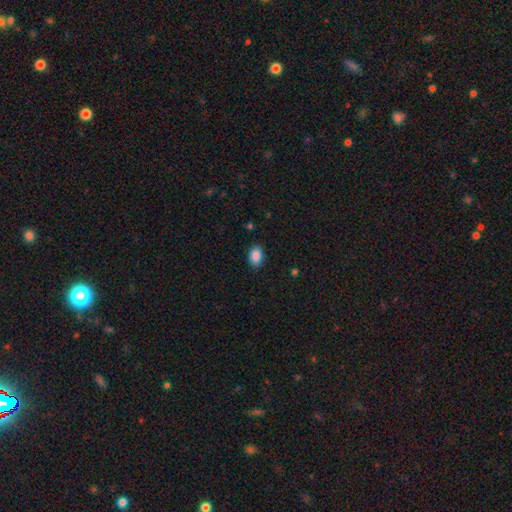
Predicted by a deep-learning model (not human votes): This is clearly a smooth galaxy (88%). How rounded: clearly in between (83%). Merging: clearly none (88%).